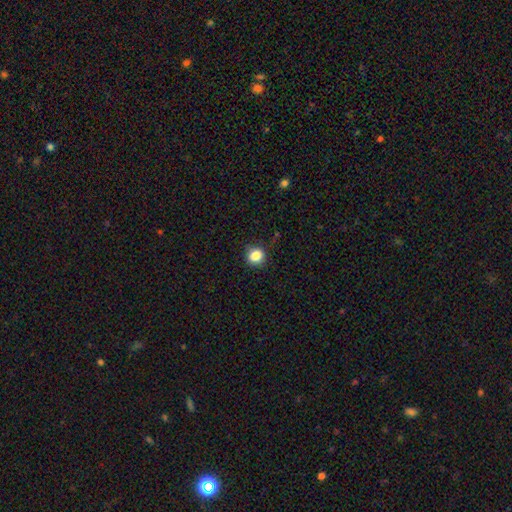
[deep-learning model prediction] This appears to be a smooth galaxy with no disk features (85%) that is round (79%). Merging: none (85%).